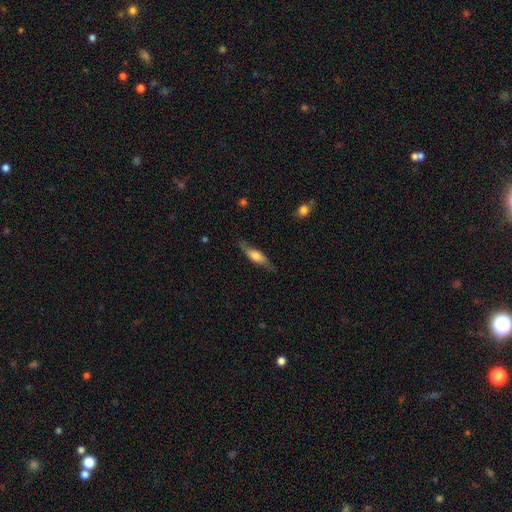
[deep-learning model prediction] Smooth or featured? smooth (55%)
How rounded? cigar-shaped (49%)
Merging? none (71%)